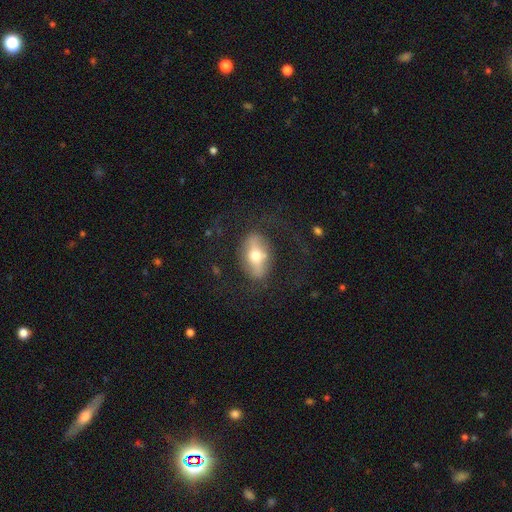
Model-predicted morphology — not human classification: Smooth or featured?
  - featured or disk: 54% *
  - smooth: 39%
  - star or artifact: 7%
Edge-on disk?
  - no: 68% *
  - yes: 32%
Merging?
  - none: 71% *
  - minor disturbance: 14%
  - major disturbance: 13%
  - merger: 2%